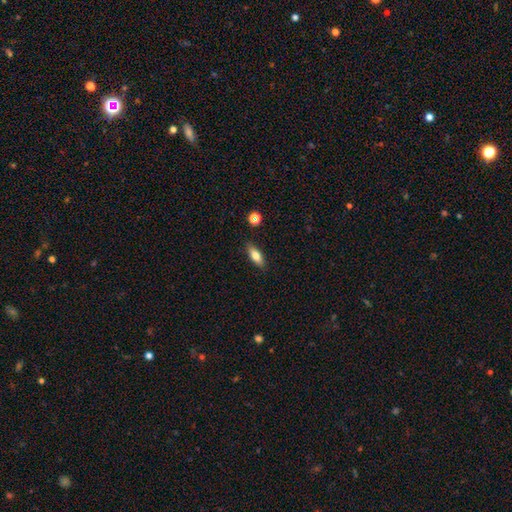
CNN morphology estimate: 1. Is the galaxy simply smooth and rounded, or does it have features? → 73% smooth, 19% featured or disk, 8% star or artifact.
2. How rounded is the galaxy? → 71% in between, 26% cigar-shaped, 3% round.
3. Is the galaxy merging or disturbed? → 86% none, 10% minor disturbance, 2% major disturbance, 2% merger.